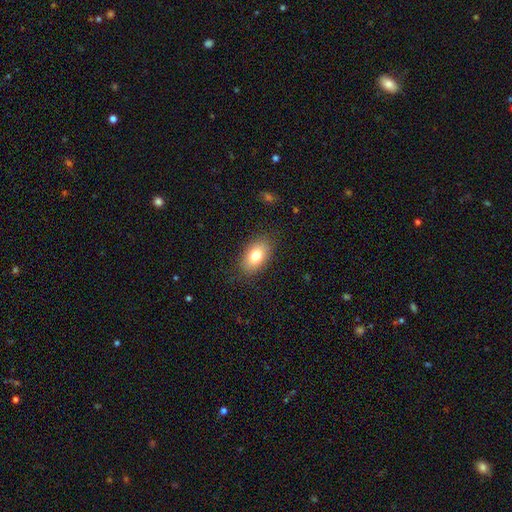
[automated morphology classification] Smooth or featured? smooth (79%)
How rounded? in between (89%)
Merging? none (85%)